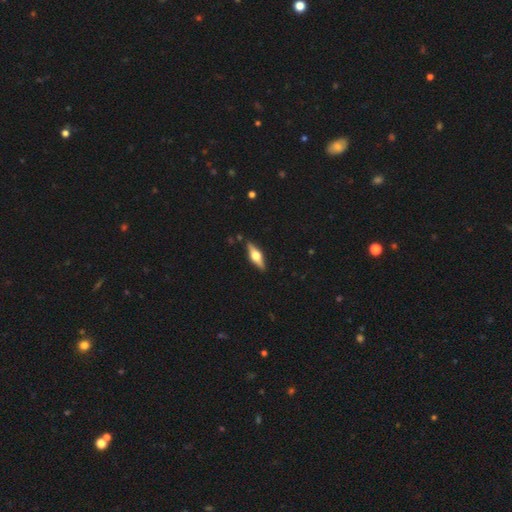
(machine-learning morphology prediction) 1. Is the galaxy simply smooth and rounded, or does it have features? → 69% featured or disk, 25% smooth, 6% star or artifact.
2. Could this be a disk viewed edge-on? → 96% yes, 4% no.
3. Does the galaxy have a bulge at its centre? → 95% rounded, 4% boxy, 1% none.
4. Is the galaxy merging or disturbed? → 88% none, 8% minor disturbance, 2% major disturbance, 2% merger.